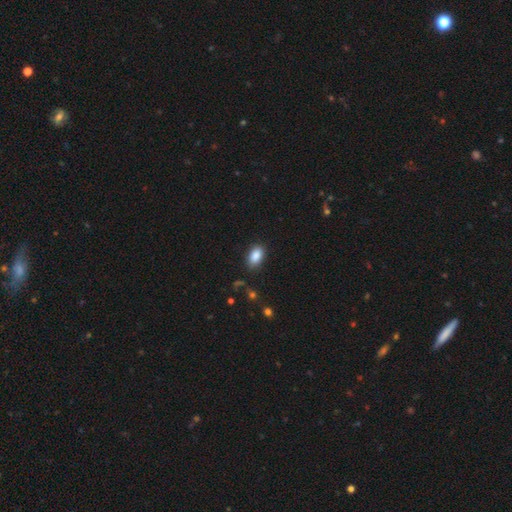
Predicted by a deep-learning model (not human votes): The model was most divided on "merging": none: 83%, minor disturbance: 12%, major disturbance: 3%, merger: 1%. More confident: how rounded — in between (91%); smooth or featured — smooth (88%).